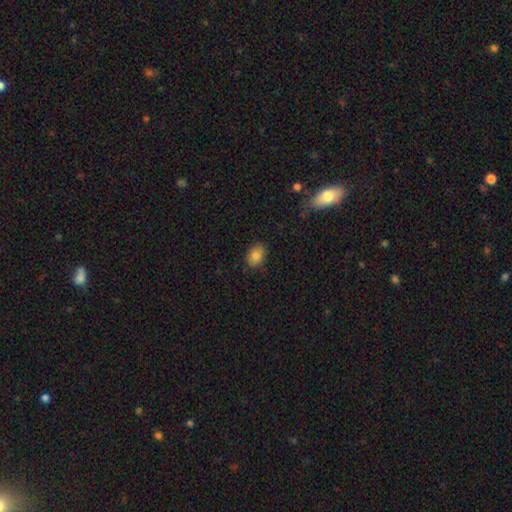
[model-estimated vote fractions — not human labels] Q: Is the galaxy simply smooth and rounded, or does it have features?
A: smooth — 81%.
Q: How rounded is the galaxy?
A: in between — 68%.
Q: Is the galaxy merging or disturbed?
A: none — 85%.